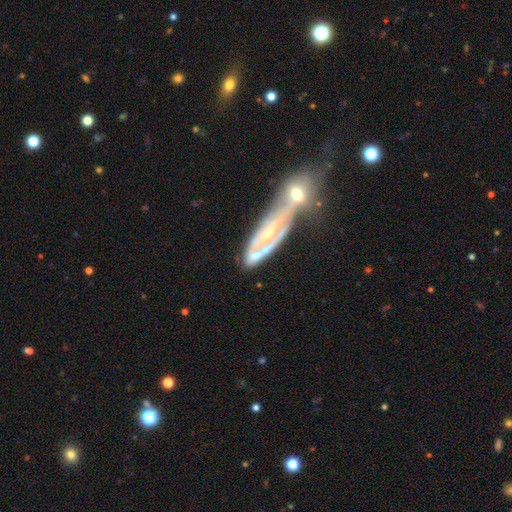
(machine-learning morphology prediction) A featured or disk galaxy (66%) with no bar (56%), spiral arms (56%) and a small central bulge (43%). Merging: merger (39%).